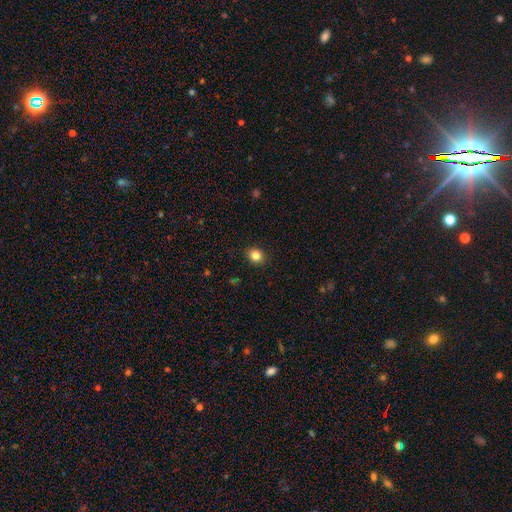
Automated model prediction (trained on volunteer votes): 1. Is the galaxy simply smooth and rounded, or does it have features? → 84% smooth, 11% star or artifact, 5% featured or disk.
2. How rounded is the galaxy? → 60% round, 39% in between, 1% cigar-shaped.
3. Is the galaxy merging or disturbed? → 89% none, 8% minor disturbance, 2% major disturbance, 1% merger.